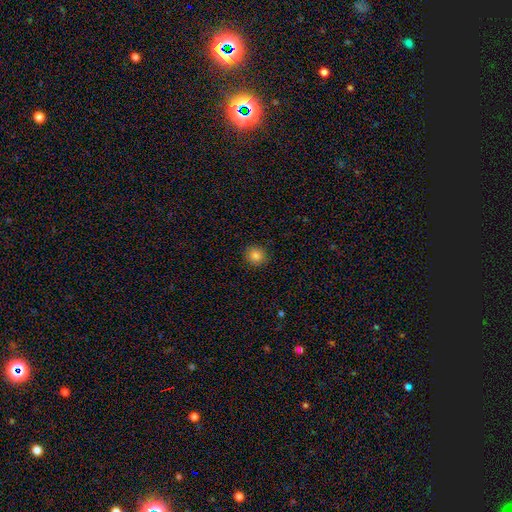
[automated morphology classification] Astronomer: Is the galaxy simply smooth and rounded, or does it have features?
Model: smooth — 83%.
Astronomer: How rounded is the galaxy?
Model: round — 91%.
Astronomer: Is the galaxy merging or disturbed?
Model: none — 92%.